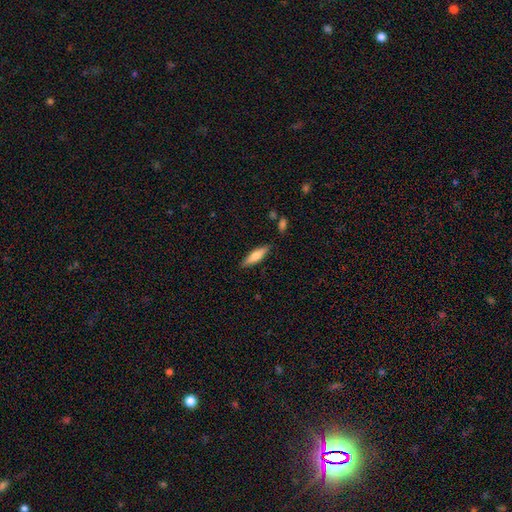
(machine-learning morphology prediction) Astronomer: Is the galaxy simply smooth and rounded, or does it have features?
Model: smooth — 62%.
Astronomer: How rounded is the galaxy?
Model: cigar-shaped — 68%.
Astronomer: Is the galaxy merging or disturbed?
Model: none — 85%.